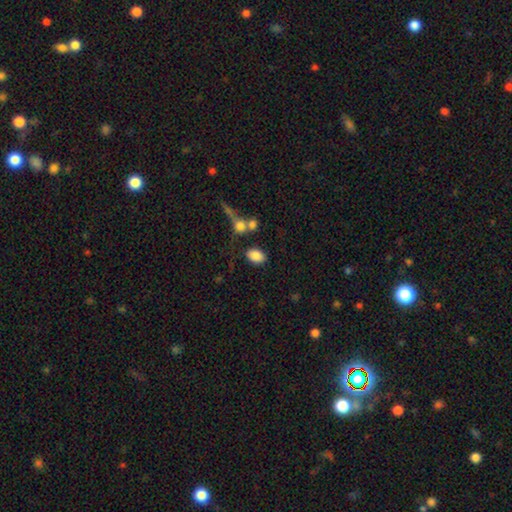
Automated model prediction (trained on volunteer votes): The model was most divided on "merging": none: 72%, merger: 12%, minor disturbance: 11%, major disturbance: 5%. More confident: smooth or featured — smooth (85%); how rounded — in between (83%).